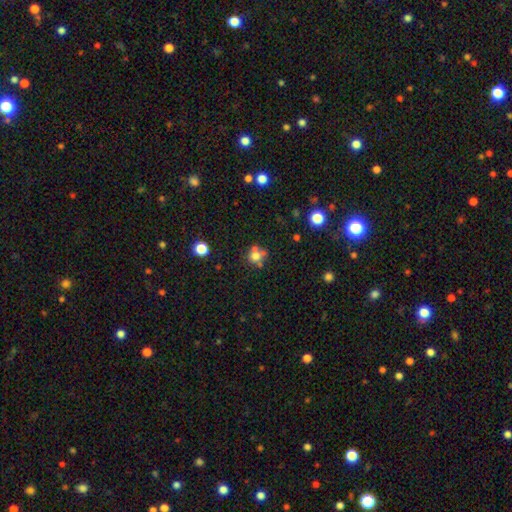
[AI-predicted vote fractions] smooth 68%, featured or disk 16%, star or artifact 16%. Down the decision tree: how rounded — round (78%); merging — none (47%).